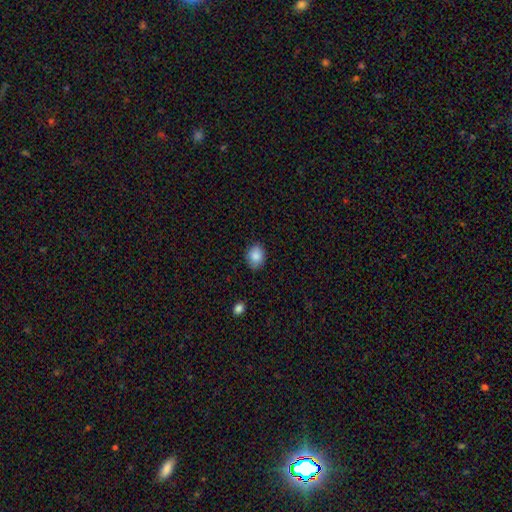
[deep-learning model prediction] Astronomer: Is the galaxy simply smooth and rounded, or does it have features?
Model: smooth — 87%.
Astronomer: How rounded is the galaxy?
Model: in between — 52% (runner-up: round, 47%).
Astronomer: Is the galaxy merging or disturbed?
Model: none — 84%.